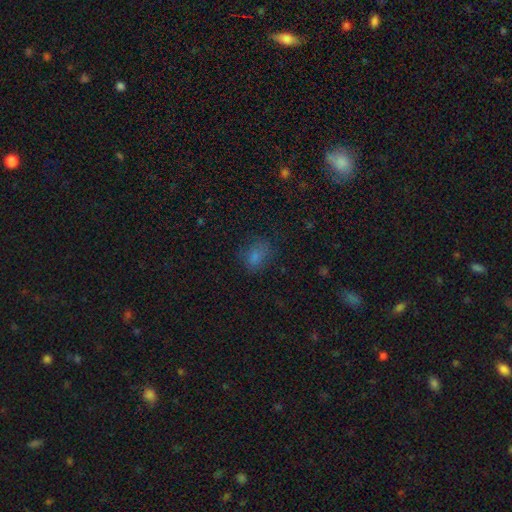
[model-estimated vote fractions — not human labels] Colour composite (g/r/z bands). It shows a smooth galaxy with no disk features (75%) that is in between round and cigar-shaped (65%). Merging: none (66%).